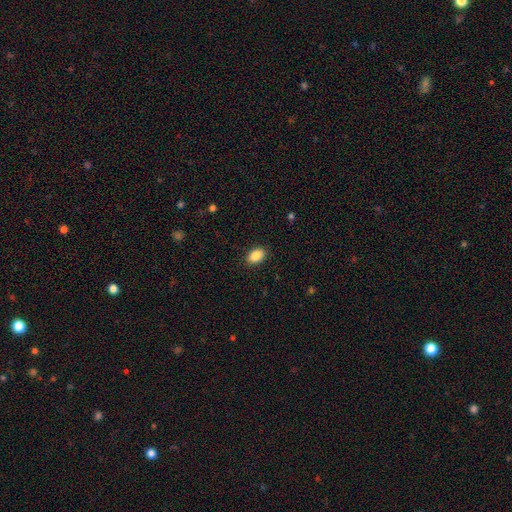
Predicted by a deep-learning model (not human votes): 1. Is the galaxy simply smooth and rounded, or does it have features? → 88% smooth, 8% star or artifact, 4% featured or disk.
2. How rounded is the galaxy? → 89% in between, 10% round, 1% cigar-shaped.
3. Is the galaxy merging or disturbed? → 89% none, 8% minor disturbance, 2% major disturbance, 1% merger.